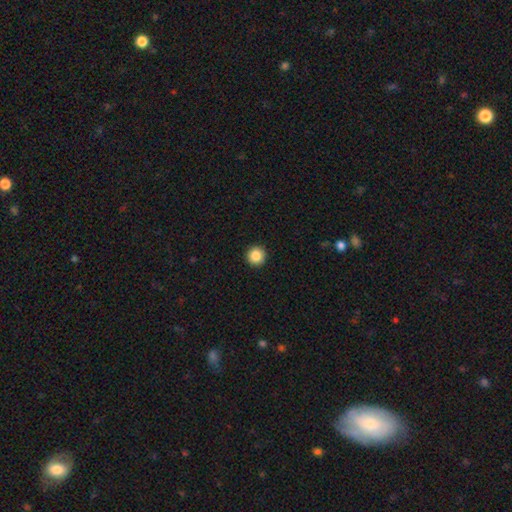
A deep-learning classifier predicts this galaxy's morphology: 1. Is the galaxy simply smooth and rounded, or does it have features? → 86% smooth, 10% star or artifact, 4% featured or disk.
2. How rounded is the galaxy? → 96% round, 3% in between, 1% cigar-shaped.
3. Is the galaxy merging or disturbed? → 94% none, 4% minor disturbance, 1% major disturbance, 1% merger.